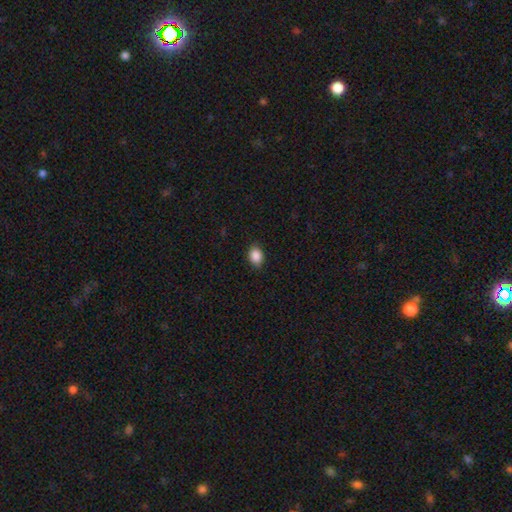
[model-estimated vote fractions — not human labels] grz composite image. It shows a smooth galaxy with no disk features (89%) that is in between round and cigar-shaped (71%). Merging: none (86%).